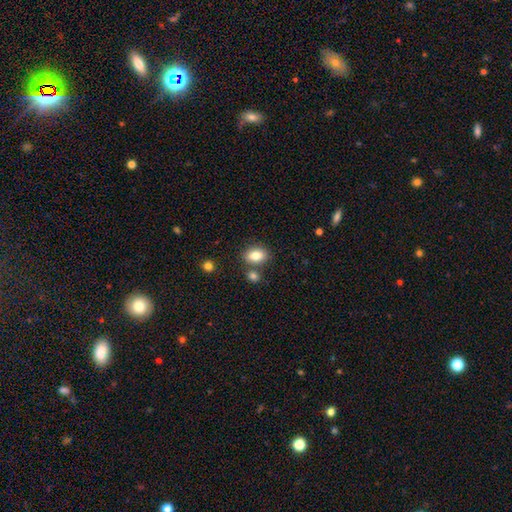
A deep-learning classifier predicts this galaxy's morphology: Smooth or featured? Predicted: smooth (p=0.83). How rounded? Predicted: in between (p=0.76). Merging? Predicted: none (p=0.70).